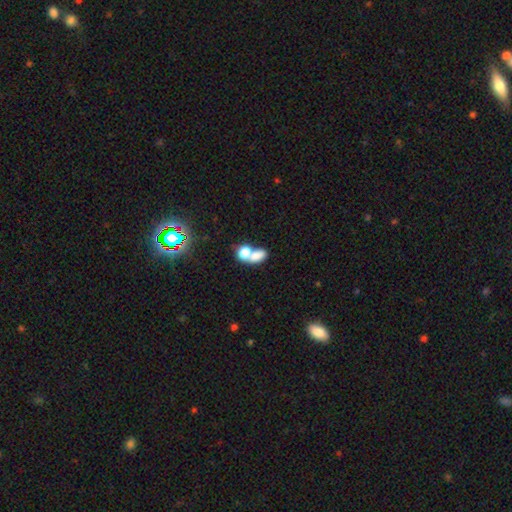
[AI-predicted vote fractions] Smooth or featured? smooth (73%)
How rounded? in between (73%)
Merging? merger (60%)